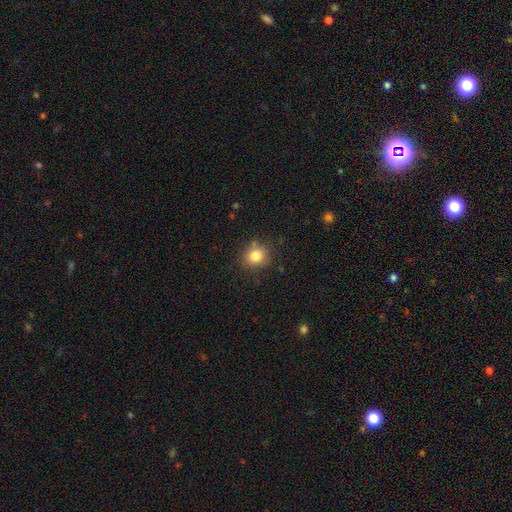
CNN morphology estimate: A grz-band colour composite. It shows a smooth galaxy with no disk features (82%) that is round (75%). Merging: none (81%).